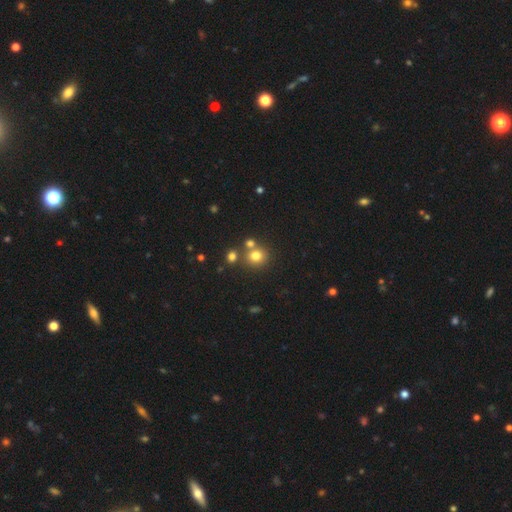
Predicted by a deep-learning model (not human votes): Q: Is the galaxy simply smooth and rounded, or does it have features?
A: smooth — 76%.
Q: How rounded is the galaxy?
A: round — 84%.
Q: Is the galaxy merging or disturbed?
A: none — 66%.